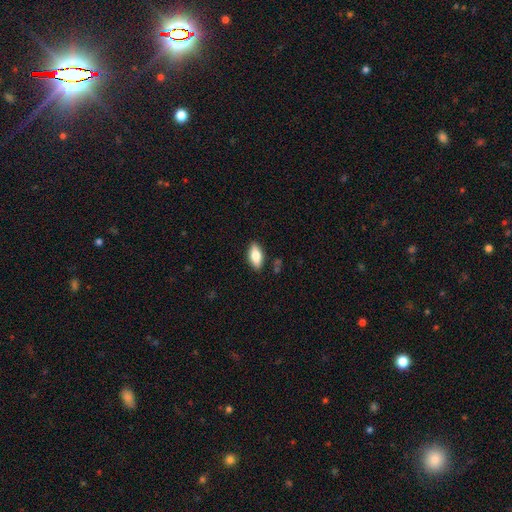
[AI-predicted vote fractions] A smooth galaxy with no disk features (77%) that is in between round and cigar-shaped (87%). Merging: none (86%).